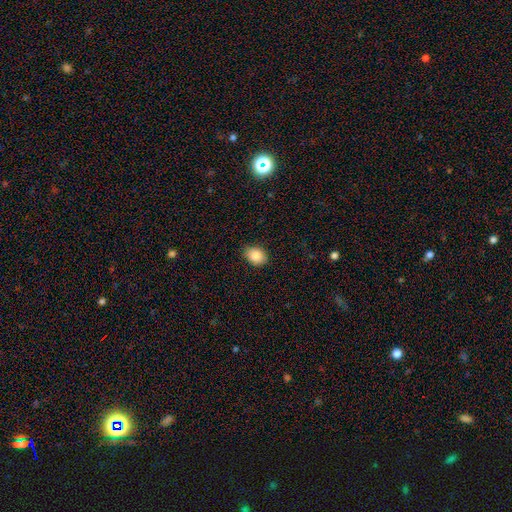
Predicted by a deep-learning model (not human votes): A smooth galaxy with no disk features (88%) that is in between round and cigar-shaped (65%).

Vote fractions:
- Smooth or featured? smooth: 88% / star or artifact: 8% / featured or disk: 4%
- How rounded? in between: 65% / round: 34% / cigar-shaped: 1%
- Merging? none: 87% / minor disturbance: 10% / major disturbance: 2% / merger: 1%